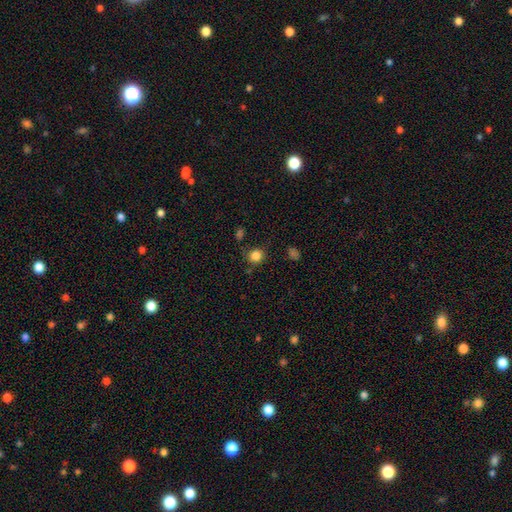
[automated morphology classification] A smooth galaxy with no disk features (84%) that is round (88%).

Vote fractions:
- Smooth or featured? smooth: 84% / star or artifact: 12% / featured or disk: 4%
- How rounded? round: 88% / in between: 11% / cigar-shaped: 1%
- Merging? none: 77% / minor disturbance: 14% / major disturbance: 5% / merger: 4%